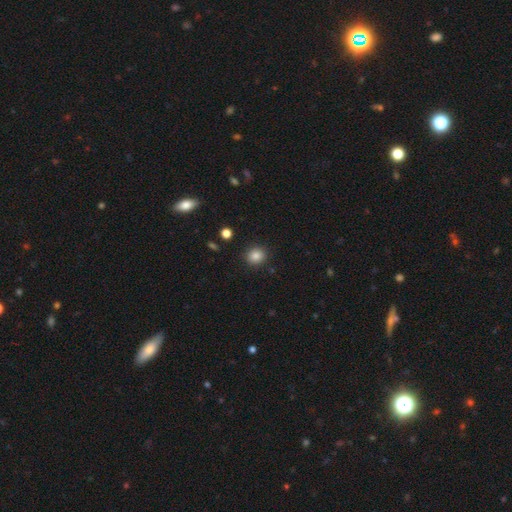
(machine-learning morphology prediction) smooth_or_featured: smooth (p=0.84) [alt: star or artifact p=0.11]
how_rounded: round (p=0.80) [alt: in between p=0.19]
merging: none (p=0.90) [alt: minor disturbance p=0.06]